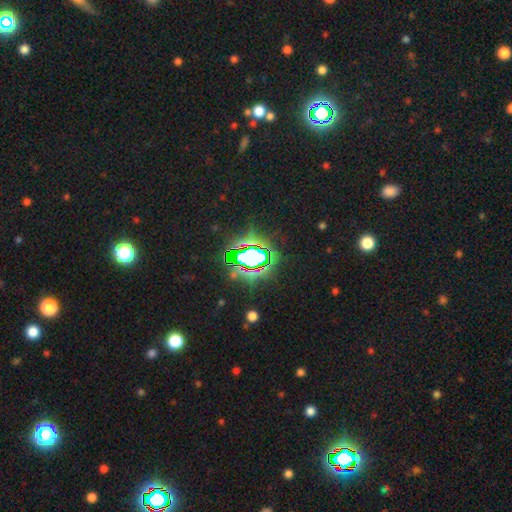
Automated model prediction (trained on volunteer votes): Q: Smooth or featured?
A: star or artifact (75%); runner-up: smooth (15%)